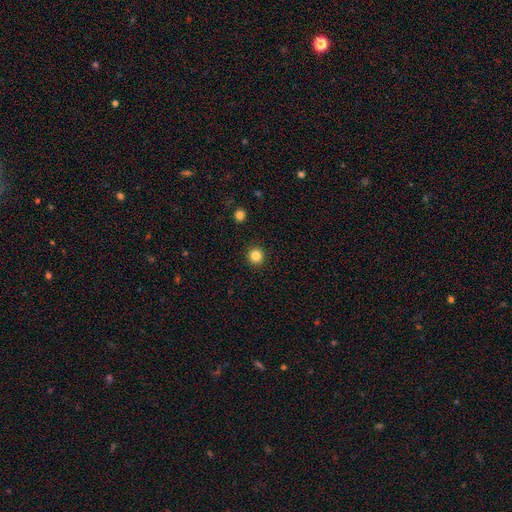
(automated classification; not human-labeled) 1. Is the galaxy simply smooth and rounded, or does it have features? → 84% smooth, 11% star or artifact, 5% featured or disk.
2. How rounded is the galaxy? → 94% round, 5% in between, 1% cigar-shaped.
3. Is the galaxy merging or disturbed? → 93% none, 4% minor disturbance, 2% major disturbance, 1% merger.